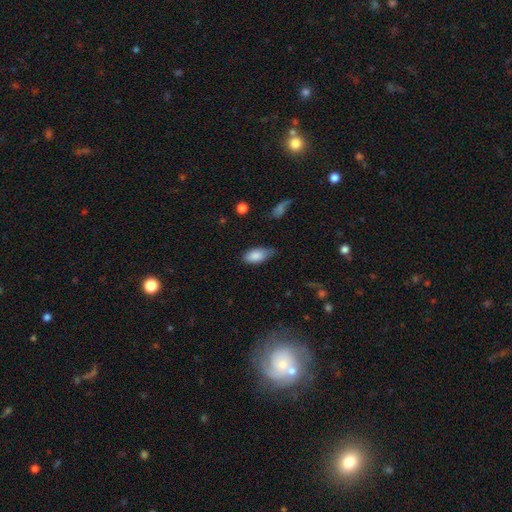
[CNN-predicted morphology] Q: Smooth or featured?
A: smooth (86%); runner-up: featured or disk (8%)
Q: How rounded?
A: in between (91%); runner-up: cigar-shaped (6%)
Q: Merging?
A: none (61%); runner-up: minor disturbance (31%)